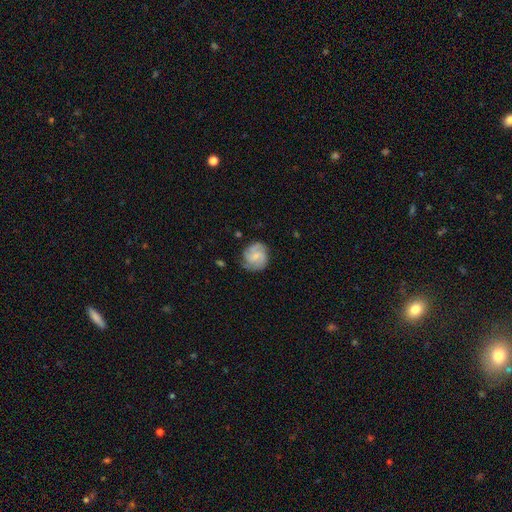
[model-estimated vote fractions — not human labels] smooth_or_featured: featured or disk (p=0.72) [alt: smooth p=0.22]
disk_edge_on: no (p=0.98) [alt: yes p=0.02]
bar: no (p=0.57) [alt: weak p=0.37]
has_spiral_arms: yes (p=0.95) [alt: no p=0.05]
spiral_winding: tight (p=0.46) [alt: medium p=0.42]
spiral_arm_count: 3 (p=0.38) [alt: 2 p=0.34]
bulge_size: small (p=0.62) [alt: moderate p=0.23]
merging: none (p=0.76) [alt: minor disturbance p=0.17]